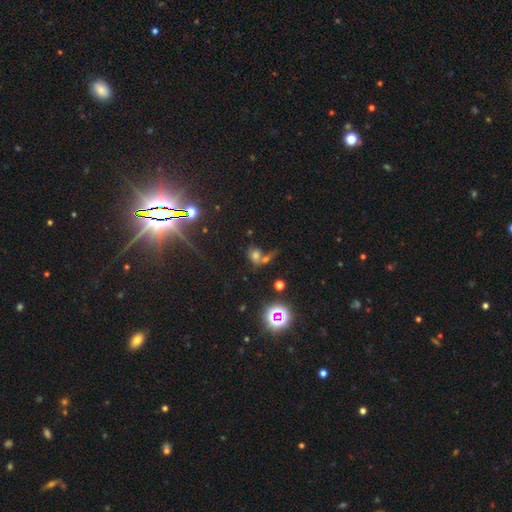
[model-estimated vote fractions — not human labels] This appears to be a smooth galaxy with no disk features (57%) that is in between round and cigar-shaped (53%). Merging: merger (52%).